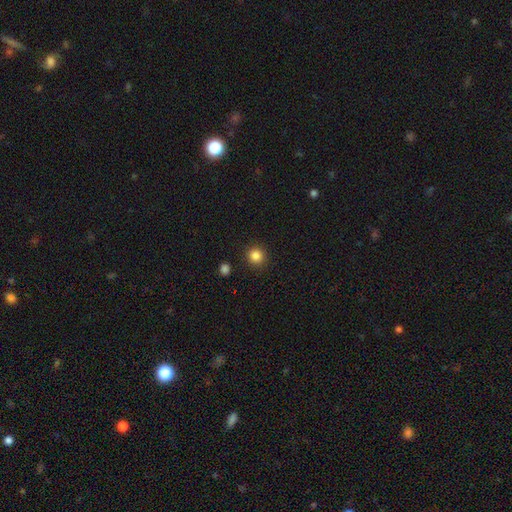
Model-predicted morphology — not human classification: type=smooth (85%); roundness=round (92%); merging=none (90%).